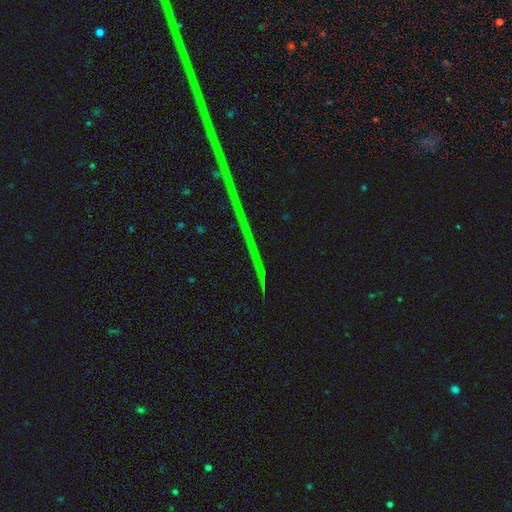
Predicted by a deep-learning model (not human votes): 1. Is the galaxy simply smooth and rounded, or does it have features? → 89% star or artifact, 6% featured or disk, 5% smooth.